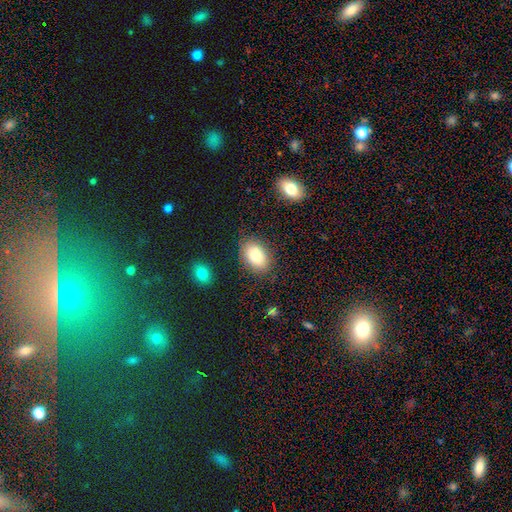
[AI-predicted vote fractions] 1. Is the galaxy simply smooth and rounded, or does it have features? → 83% smooth, 8% featured or disk, 8% star or artifact.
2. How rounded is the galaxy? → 87% in between, 12% round, 1% cigar-shaped.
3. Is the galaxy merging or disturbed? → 82% none, 13% minor disturbance, 3% major disturbance, 2% merger.